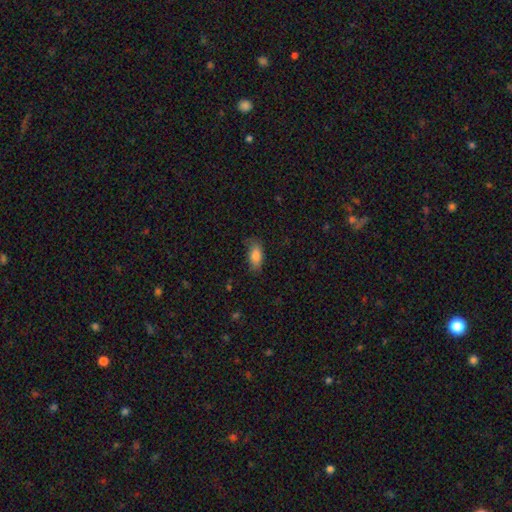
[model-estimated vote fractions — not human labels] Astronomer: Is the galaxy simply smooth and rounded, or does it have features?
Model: smooth — 82%.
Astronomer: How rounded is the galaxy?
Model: in between — 88%.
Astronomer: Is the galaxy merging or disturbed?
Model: none — 74%.